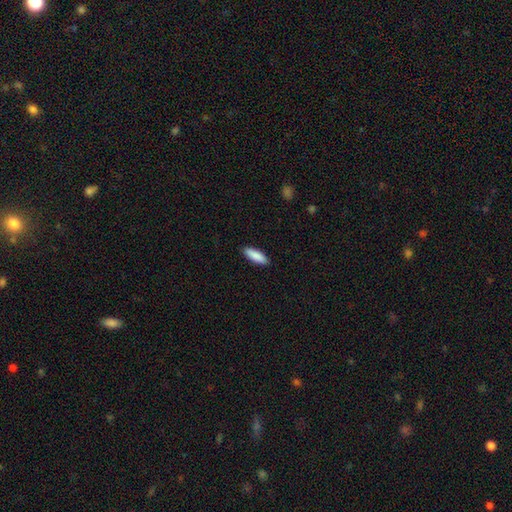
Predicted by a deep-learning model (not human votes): Smooth or featured? smooth (89%)
How rounded? in between (53%)
Merging? none (90%)